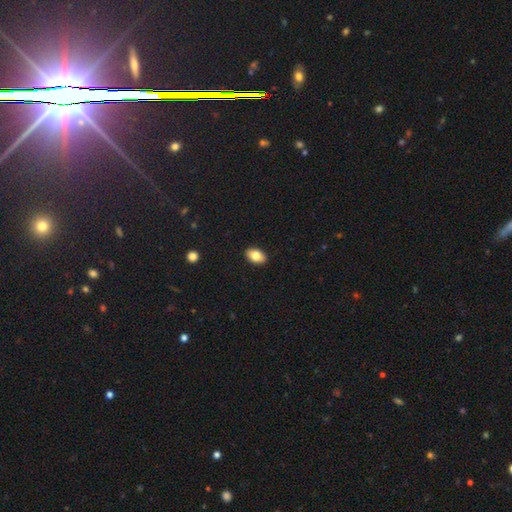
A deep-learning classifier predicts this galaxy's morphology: Overall: smooth (81%). How rounded: in between (91%). Merging: none (91%).